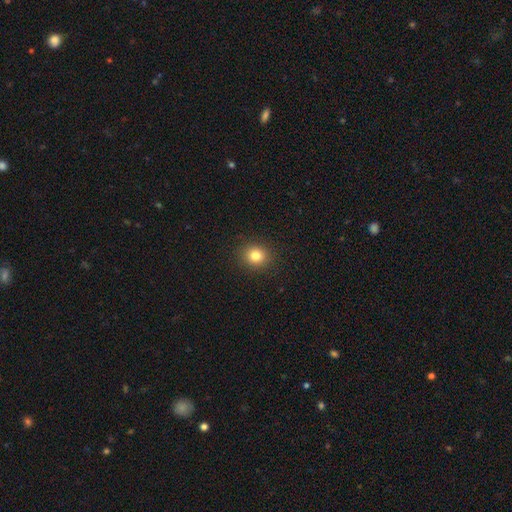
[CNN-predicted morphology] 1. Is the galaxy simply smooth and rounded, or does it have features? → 82% smooth, 12% star or artifact, 6% featured or disk.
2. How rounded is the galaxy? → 79% round, 20% in between, 1% cigar-shaped.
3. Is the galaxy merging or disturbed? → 91% none, 6% minor disturbance, 2% major disturbance, 1% merger.